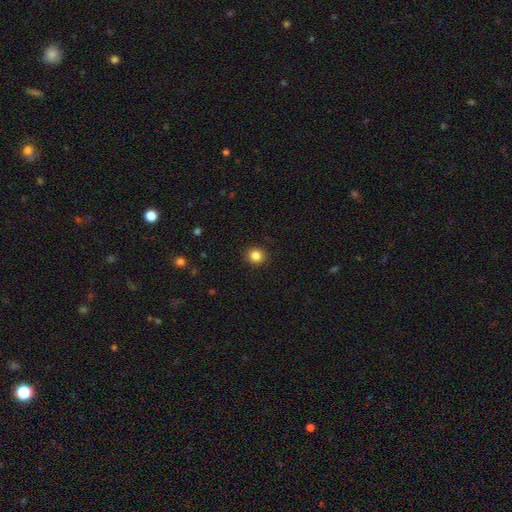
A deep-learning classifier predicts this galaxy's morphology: Smooth or featured? smooth (85%)
How rounded? round (91%)
Merging? none (92%)